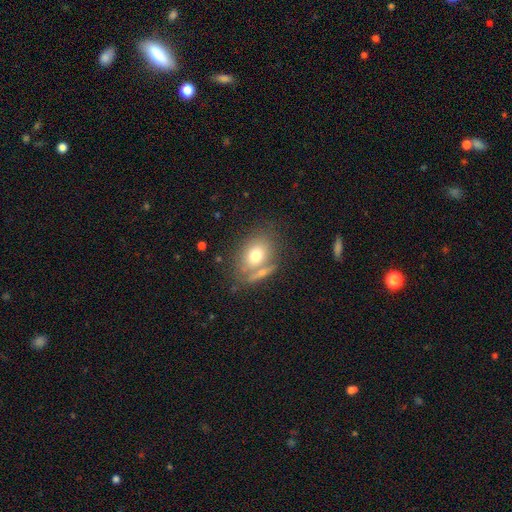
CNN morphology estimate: Smooth or featured?
  - smooth: 71% *
  - featured or disk: 20%
  - star or artifact: 9%
How rounded?
  - in between: 69% *
  - round: 29%
  - cigar-shaped: 2%
Merging?
  - none: 57% *
  - merger: 22%
  - minor disturbance: 14%
  - major disturbance: 6%